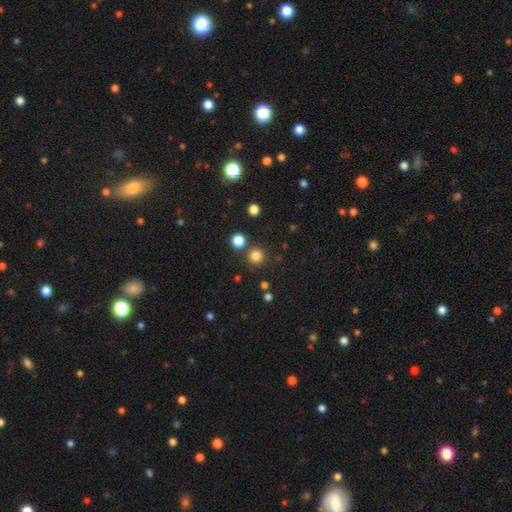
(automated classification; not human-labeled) Morphology: type=smooth (80%); roundness=round (94%); merging=none (83%).